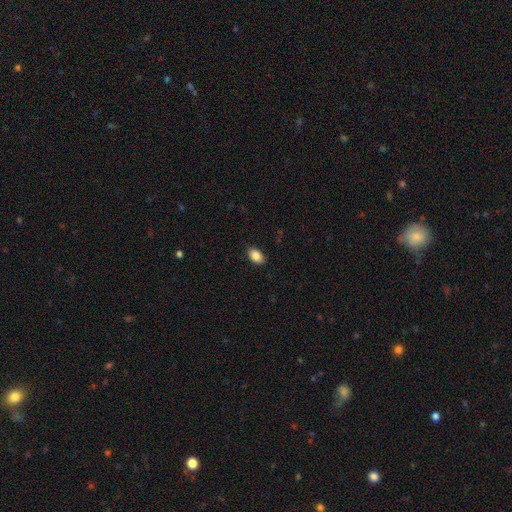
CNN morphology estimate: This appears to be a smooth galaxy with no disk features (86%) that is in between round and cigar-shaped (89%). Merging: none (88%).